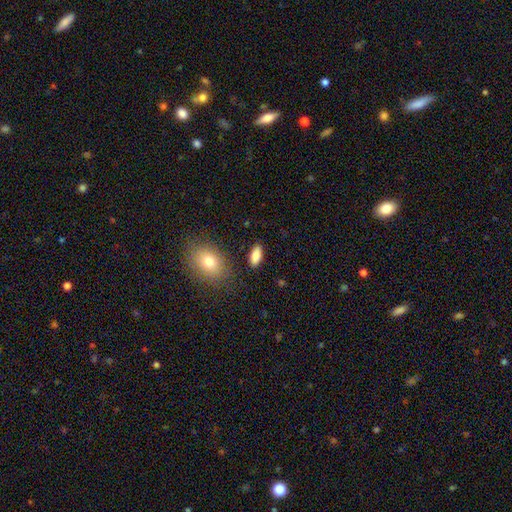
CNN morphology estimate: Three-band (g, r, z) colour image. It shows a smooth galaxy with no disk features (86%) that is in between round and cigar-shaped (88%). Merging: none (87%).